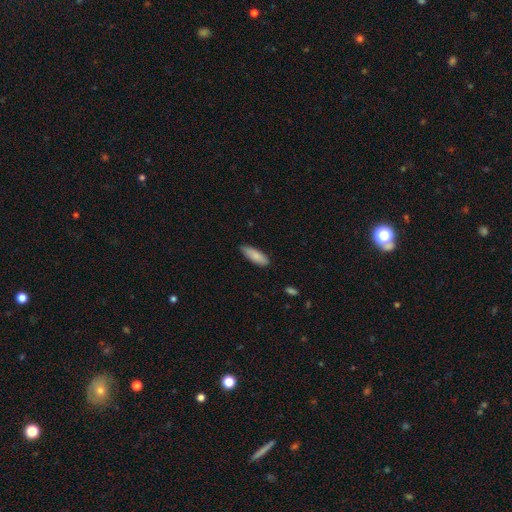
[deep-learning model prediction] Smooth or featured? smooth (85%)
How rounded? in between (64%)
Merging? none (83%)